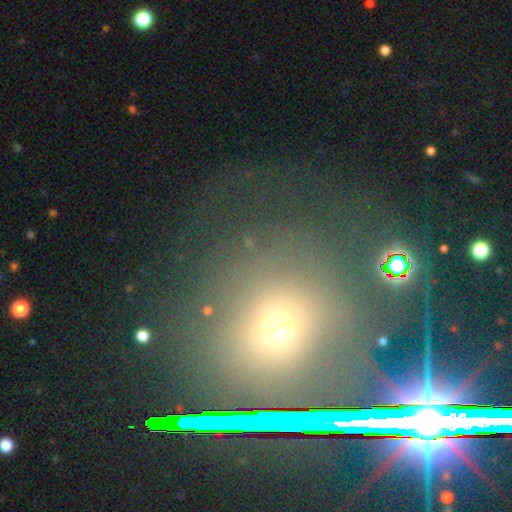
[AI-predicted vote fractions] Smooth or featured? Predicted: smooth (p=0.45). Merging? Predicted: none (p=0.71).